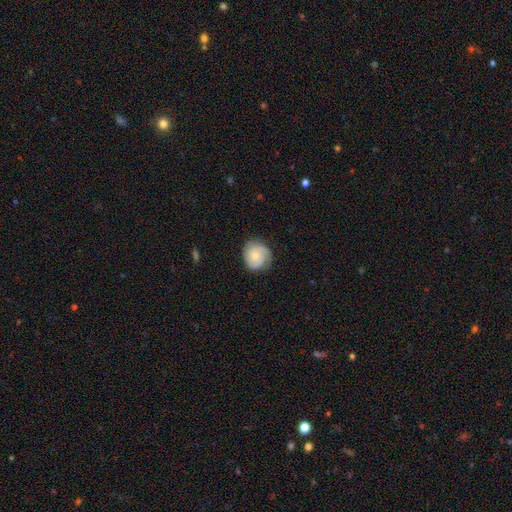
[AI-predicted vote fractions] Overall: smooth (47%, tied with featured or disk). Merging: none (74%).